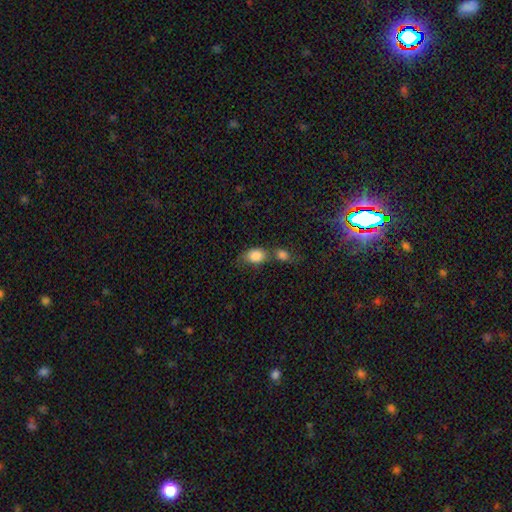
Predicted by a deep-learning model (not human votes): This appears to be a smooth galaxy with no disk features (85%) that is in between round and cigar-shaped (71%). Merging: merger (49%).